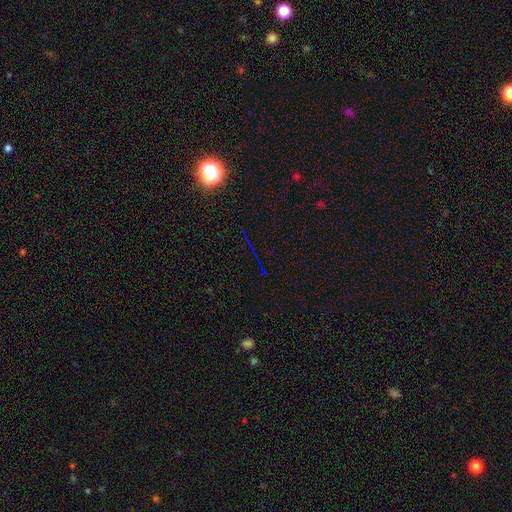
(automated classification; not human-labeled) A star or artifact, not a galaxy (78%).

Vote fractions:
- Smooth or featured? star or artifact: 78% / featured or disk: 12% / smooth: 10%